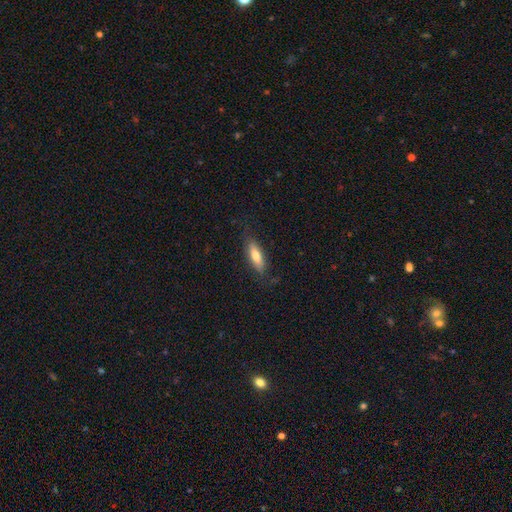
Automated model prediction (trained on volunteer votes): smooth_or_featured: smooth (p=0.69) [alt: featured or disk p=0.25]
how_rounded: in between (p=0.53) [alt: cigar-shaped p=0.45]
merging: none (p=0.78) [alt: minor disturbance p=0.16]